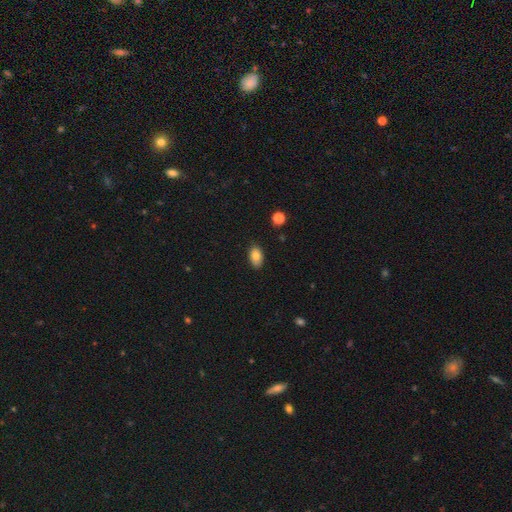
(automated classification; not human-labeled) Q: Smooth or featured?
A: smooth (81%); runner-up: featured or disk (11%)
Q: How rounded?
A: in between (90%); runner-up: round (9%)
Q: Merging?
A: none (83%); runner-up: minor disturbance (14%)